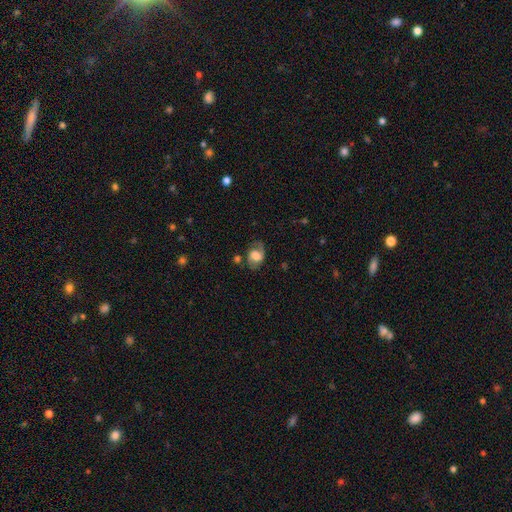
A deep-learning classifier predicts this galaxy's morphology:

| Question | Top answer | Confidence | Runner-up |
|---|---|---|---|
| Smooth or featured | featured or disk | 54% | smooth (38%) |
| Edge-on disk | no | 95% | yes (5%) |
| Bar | no | 43% | weak (40%) |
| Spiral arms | yes | 81% | no (19%) |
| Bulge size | large | 46% | moderate (30%) |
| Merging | none | 69% | minor disturbance (19%) |